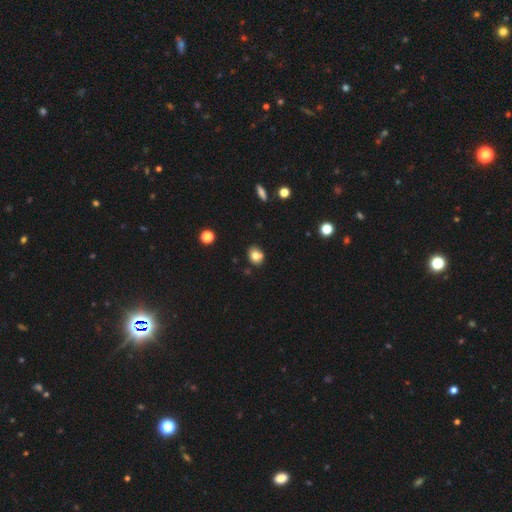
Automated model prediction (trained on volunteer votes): smooth 78%, star or artifact 12%, featured or disk 10%. Down the decision tree: how rounded — round (54%); merging — none (75%).